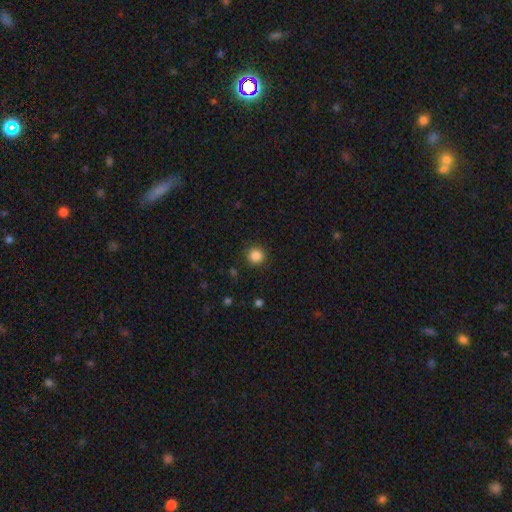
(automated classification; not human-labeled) Smooth or featured: smooth — 86% (star or artifact — 11%)
How rounded: round — 93% (in between — 6%)
Merging: none — 89% (minor disturbance — 7%)